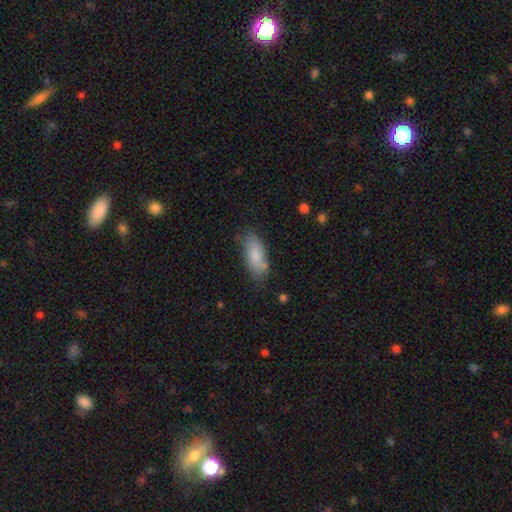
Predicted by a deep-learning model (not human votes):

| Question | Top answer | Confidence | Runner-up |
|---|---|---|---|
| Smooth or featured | smooth | 82% | featured or disk (12%) |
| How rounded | in between | 80% | cigar-shaped (18%) |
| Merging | none | 70% | minor disturbance (20%) |